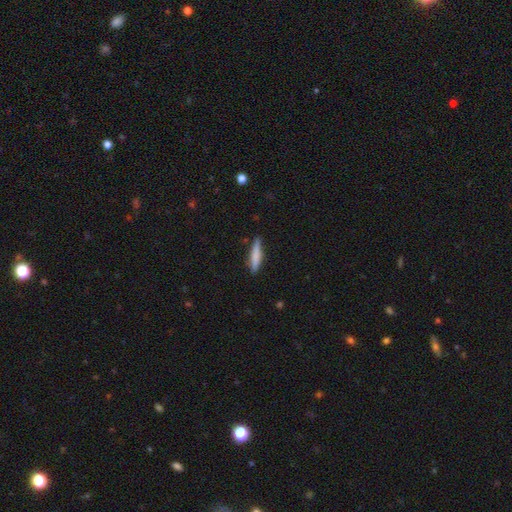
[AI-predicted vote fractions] Smooth or featured? smooth (70%)
How rounded? cigar-shaped (87%)
Merging? none (81%)